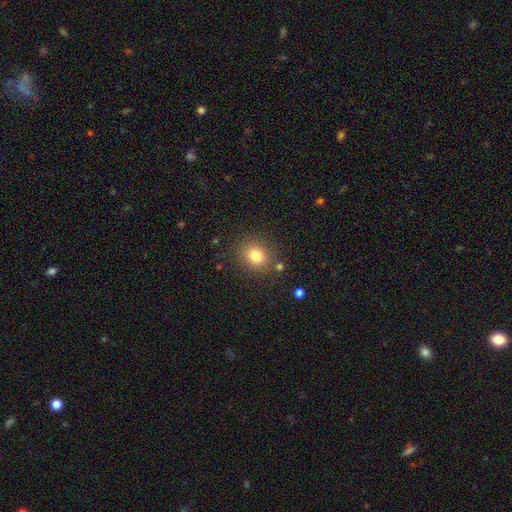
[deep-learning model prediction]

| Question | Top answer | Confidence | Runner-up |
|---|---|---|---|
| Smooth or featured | smooth | 80% | star or artifact (13%) |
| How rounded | round | 75% | in between (24%) |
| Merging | none | 83% | minor disturbance (9%) |